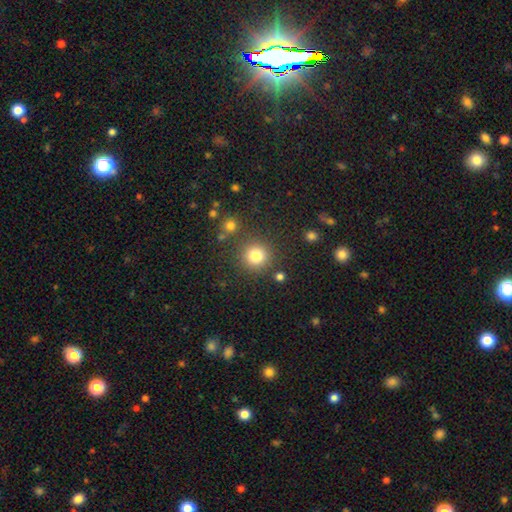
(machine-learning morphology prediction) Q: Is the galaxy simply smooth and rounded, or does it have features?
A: smooth — 81%.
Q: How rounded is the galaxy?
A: round — 93%.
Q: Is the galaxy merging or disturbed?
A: none — 84%.